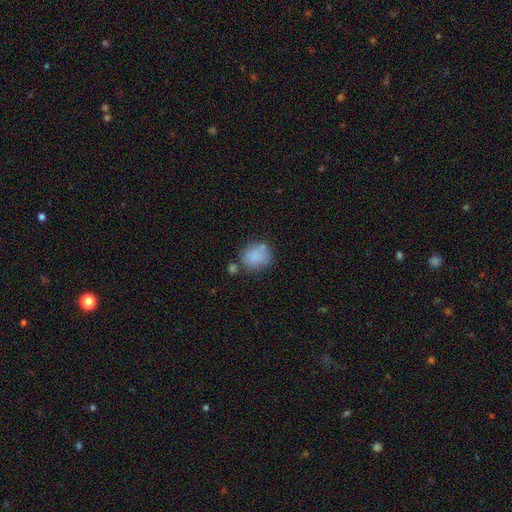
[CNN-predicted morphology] Smooth or featured: smooth — 82% (featured or disk — 9%)
How rounded: round — 66% (in between — 33%)
Merging: none — 57% (minor disturbance — 22%)